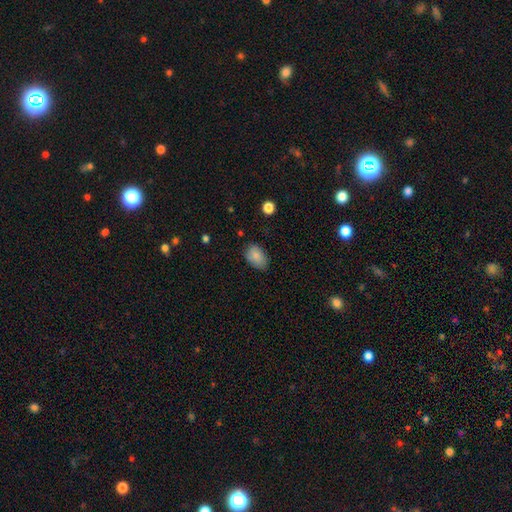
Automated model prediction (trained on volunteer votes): A smooth galaxy with no disk features (83%) that is in between round and cigar-shaped (87%). Merging: none (74%).